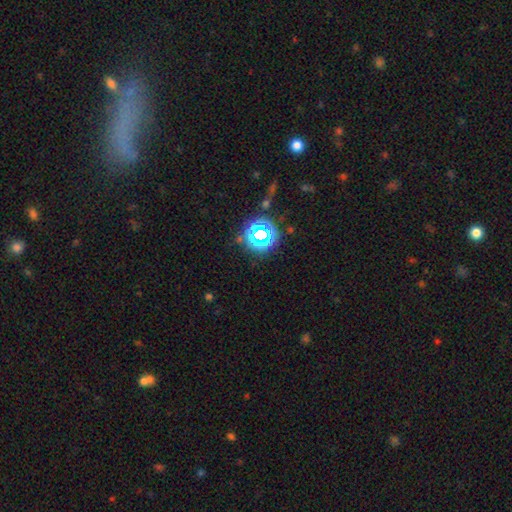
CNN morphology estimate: smooth-or-featured: star or artifact: 72% | smooth: 20% | featured or disk: 8%